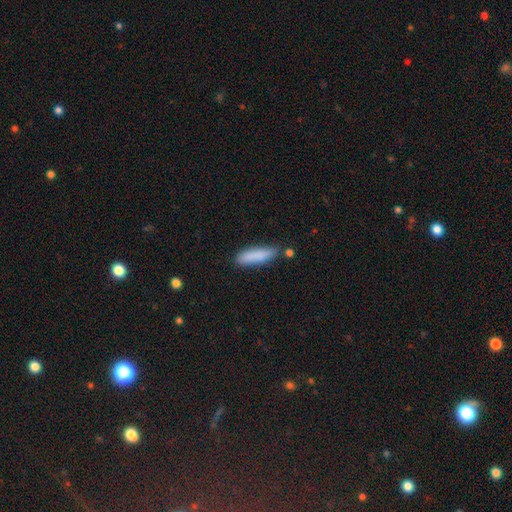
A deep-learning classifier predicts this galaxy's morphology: Smooth or featured?
  - smooth: 85% *
  - featured or disk: 9%
  - star or artifact: 6%
How rounded?
  - cigar-shaped: 72% *
  - in between: 27%
  - round: 2%
Merging?
  - none: 77% *
  - minor disturbance: 16%
  - merger: 4%
  - major disturbance: 3%